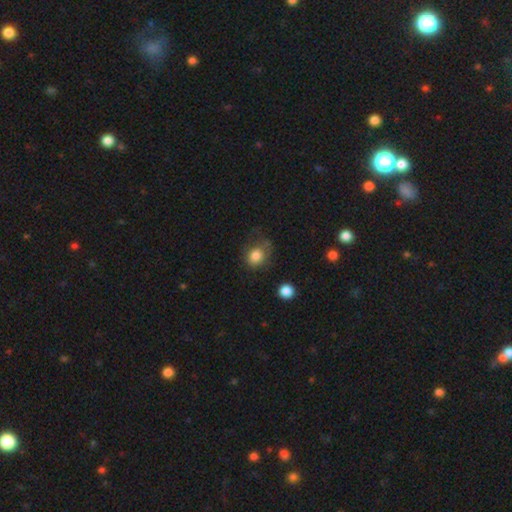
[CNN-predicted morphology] Smooth or featured? Predicted: smooth (p=0.80). How rounded? Predicted: round (p=0.65). Merging? Predicted: none (p=0.50).